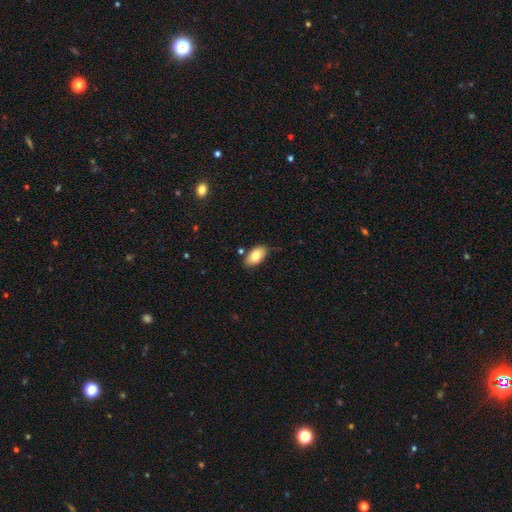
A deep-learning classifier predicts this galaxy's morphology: smooth 81%, featured or disk 12%, star or artifact 7%. Down the decision tree: how rounded — in between (94%); merging — none (76%).